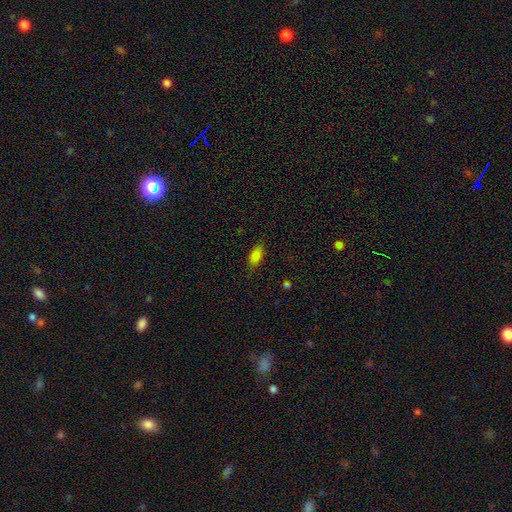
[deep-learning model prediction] The model was most divided on "merging": none: 81%, minor disturbance: 14%, major disturbance: 3%, merger: 1%. More confident: how rounded — in between (87%); smooth or featured — smooth (82%).